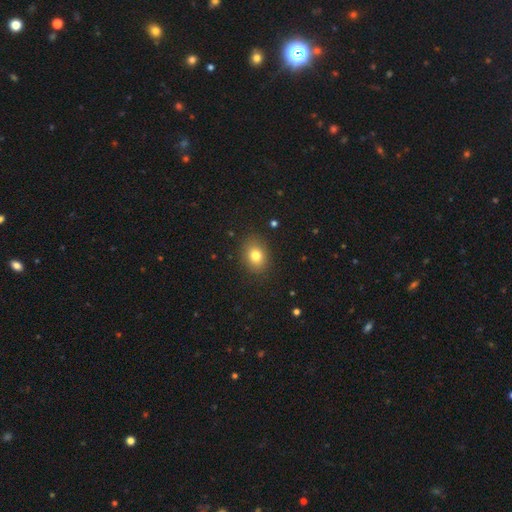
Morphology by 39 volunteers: This is clearly a smooth galaxy (90%). How rounded: likely in between (60%). Merging: clearly none (92%).